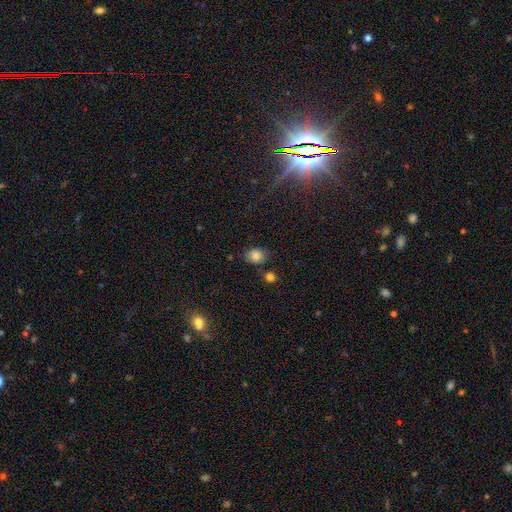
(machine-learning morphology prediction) The model was most divided on "how rounded": round: 50%, in between: 48%, cigar-shaped: 1%. More confident: smooth or featured — smooth (82%); merging — none (70%).